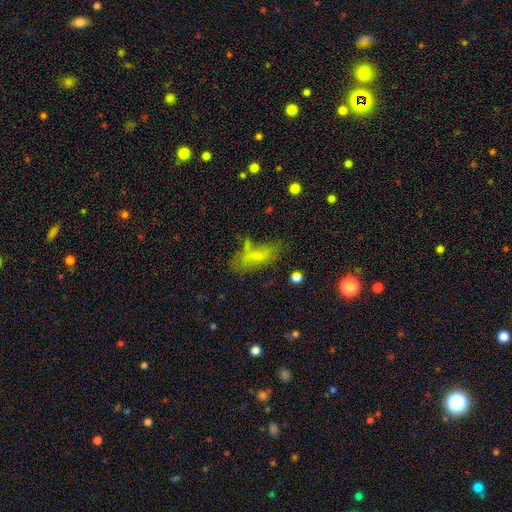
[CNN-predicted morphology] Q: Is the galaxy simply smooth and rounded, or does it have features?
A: smooth — 57%.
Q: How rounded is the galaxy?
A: in between — 68%.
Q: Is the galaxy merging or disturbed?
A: none — 50%.